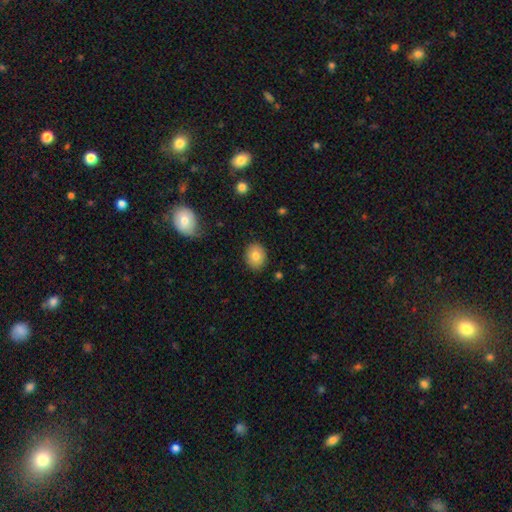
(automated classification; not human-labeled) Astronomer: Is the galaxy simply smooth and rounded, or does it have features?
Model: smooth — 79%.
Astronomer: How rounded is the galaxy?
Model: round — 52% (runner-up: in between, 47%).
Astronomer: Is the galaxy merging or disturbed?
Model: none — 86%.